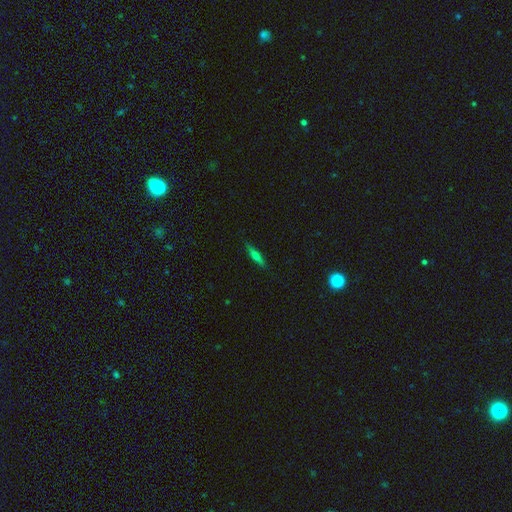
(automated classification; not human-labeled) featured or disk 47%, smooth 46%, star or artifact 7%. Down the decision tree: merging — none (88%).